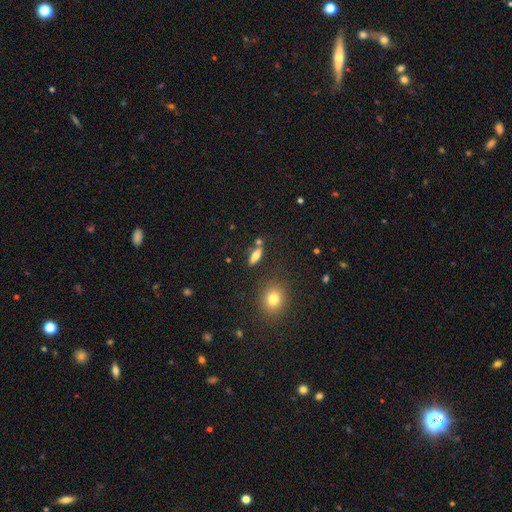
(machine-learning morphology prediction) The model was most divided on "how rounded": in between: 65%, cigar-shaped: 29%, round: 6%. More confident: merging — none (73%); smooth or featured — smooth (67%).